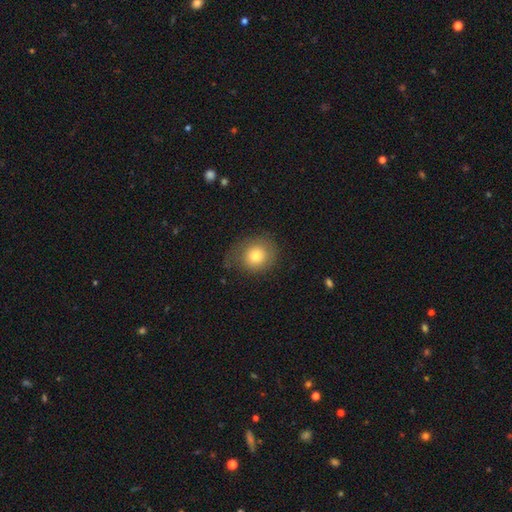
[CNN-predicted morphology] smooth_or_featured: smooth (p=0.75) [alt: featured or disk p=0.16]
how_rounded: round (p=0.75) [alt: in between p=0.24]
merging: none (p=0.66) [alt: minor disturbance p=0.22]